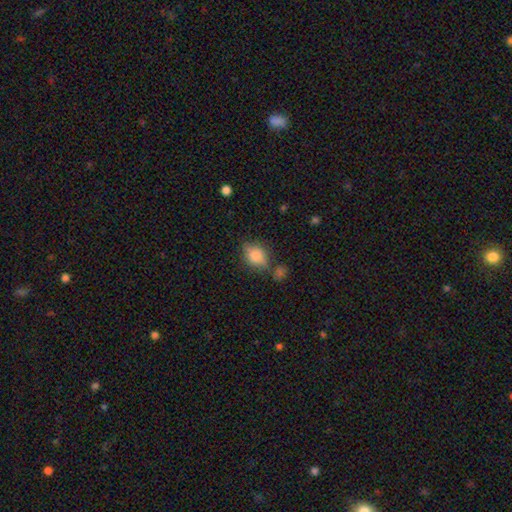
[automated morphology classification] smooth 74%, featured or disk 16%, star or artifact 10%. Down the decision tree: how rounded — in between (70%); merging — none (64%).